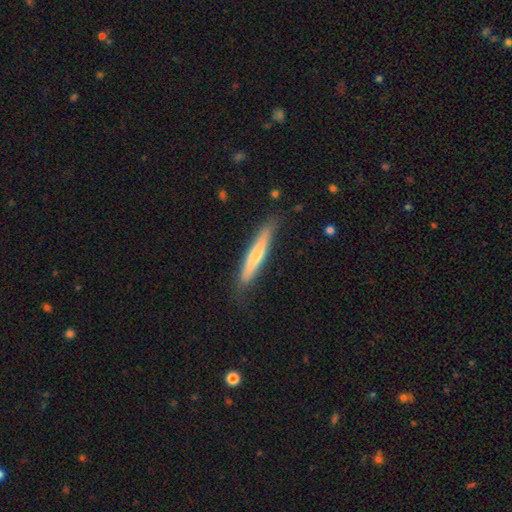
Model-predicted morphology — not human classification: The model was most divided on "smooth or featured": smooth: 63%, featured or disk: 32%, star or artifact: 5%. More confident: how rounded — cigar-shaped (93%); merging — none (79%).